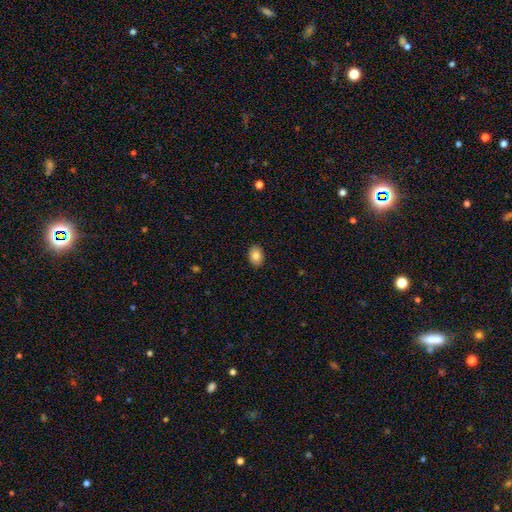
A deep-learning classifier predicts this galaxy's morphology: Smooth or featured?
  - smooth: 84% *
  - star or artifact: 8%
  - featured or disk: 8%
How rounded?
  - in between: 79% *
  - round: 20%
  - cigar-shaped: 1%
Merging?
  - none: 90% *
  - minor disturbance: 8%
  - major disturbance: 2%
  - merger: 1%